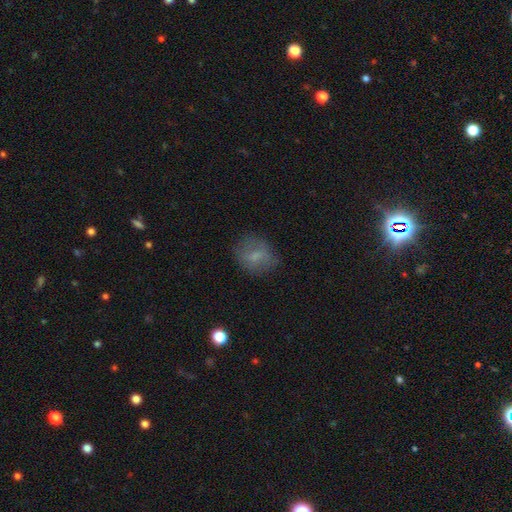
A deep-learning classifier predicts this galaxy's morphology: type=smooth (63%); roundness=round (51%); merging=none (70%).